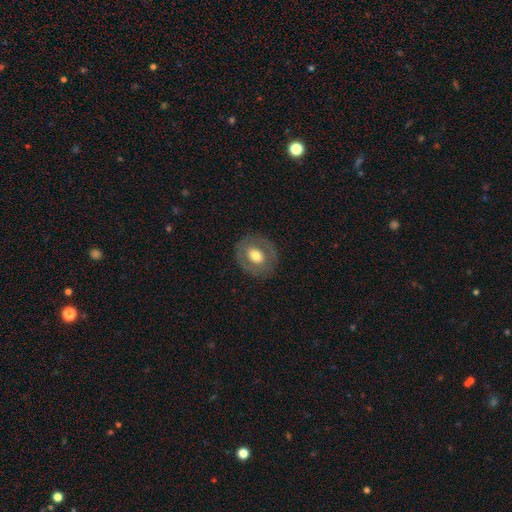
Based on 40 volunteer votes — Smooth or featured?
  - smooth: 57% *
  - featured or disk: 32%
  - star or artifact: 10%
How rounded?
  - round: 65% *
  - in between: 35%
  - cigar-shaped: 0%
Merging?
  - none: 89% *
  - minor disturbance: 6%
  - major disturbance: 6%
  - merger: 0%